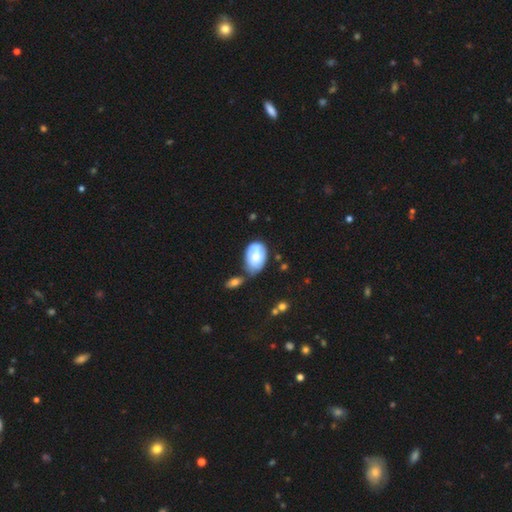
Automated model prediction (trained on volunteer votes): This is possibly a smooth galaxy (56%). How rounded: clearly in between (88%). Merging: marginally none (40%).